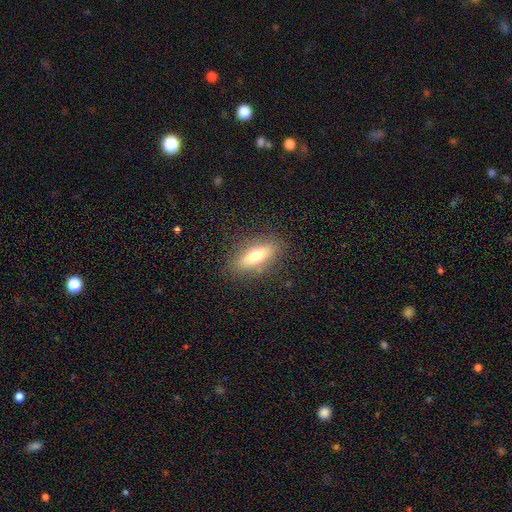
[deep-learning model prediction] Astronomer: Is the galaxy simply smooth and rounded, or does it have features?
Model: smooth — 58%.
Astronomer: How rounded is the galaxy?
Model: in between — 56% (runner-up: cigar-shaped, 40%).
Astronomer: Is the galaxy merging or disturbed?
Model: none — 86%.